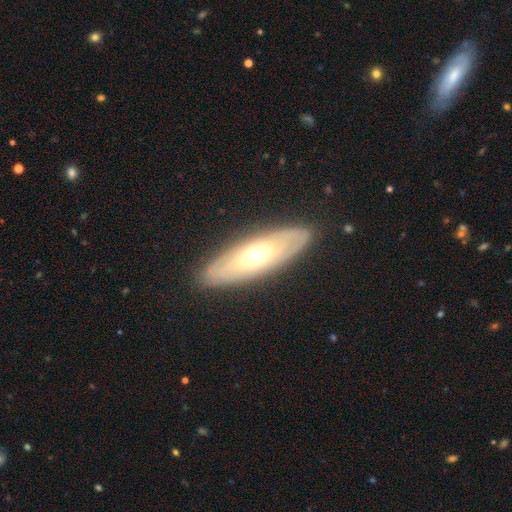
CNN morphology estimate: A featured or disk galaxy (58%).

Vote fractions:
- Smooth or featured? featured or disk: 58% / smooth: 36% / star or artifact: 6%
- Edge-on disk? no: 65% / yes: 35%
- Merging? none: 86% / minor disturbance: 10% / major disturbance: 3% / merger: 1%